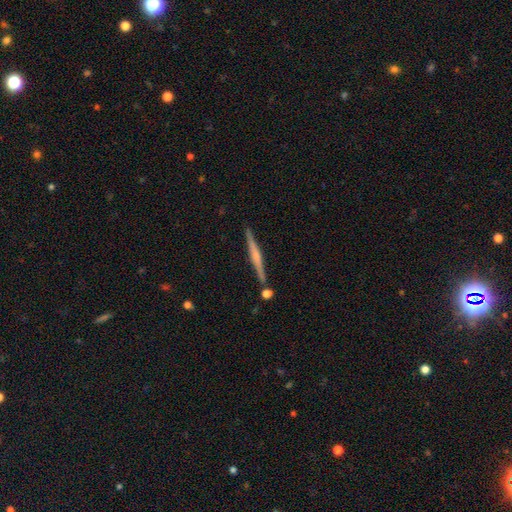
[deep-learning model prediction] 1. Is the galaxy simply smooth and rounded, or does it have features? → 68% featured or disk, 26% smooth, 6% star or artifact.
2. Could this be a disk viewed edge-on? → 98% yes, 2% no.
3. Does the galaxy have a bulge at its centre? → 56% rounded, 28% none, 16% boxy.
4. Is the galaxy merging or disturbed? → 86% none, 8% minor disturbance, 4% merger, 2% major disturbance.